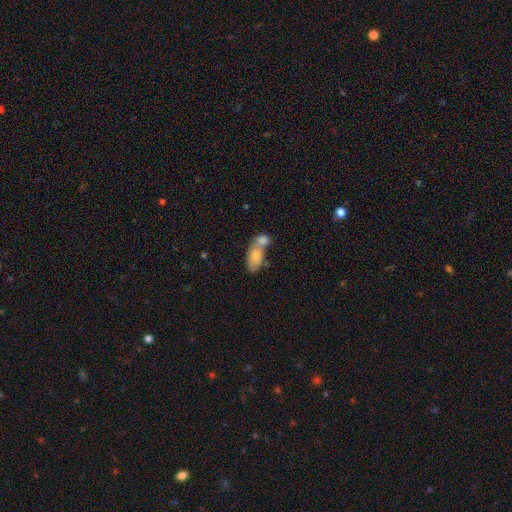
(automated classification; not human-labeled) Q: Smooth or featured?
A: smooth (74%); runner-up: featured or disk (19%)
Q: How rounded?
A: in between (89%); runner-up: round (6%)
Q: Merging?
A: merger (67%); runner-up: none (20%)